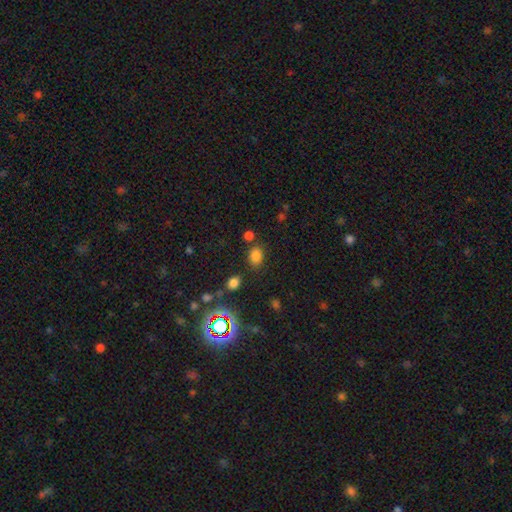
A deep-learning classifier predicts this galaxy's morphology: This is likely a smooth galaxy (77%). How rounded: likely in between (70%). Merging: likely none (75%).